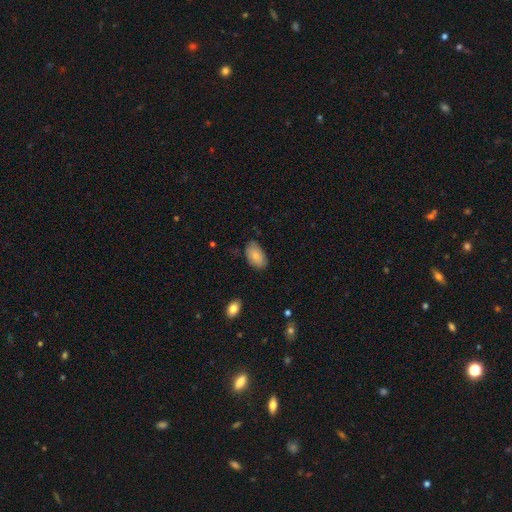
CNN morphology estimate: Smooth or featured? Predicted: smooth (p=0.78). How rounded? Predicted: in between (p=0.93). Merging? Predicted: none (p=0.71).